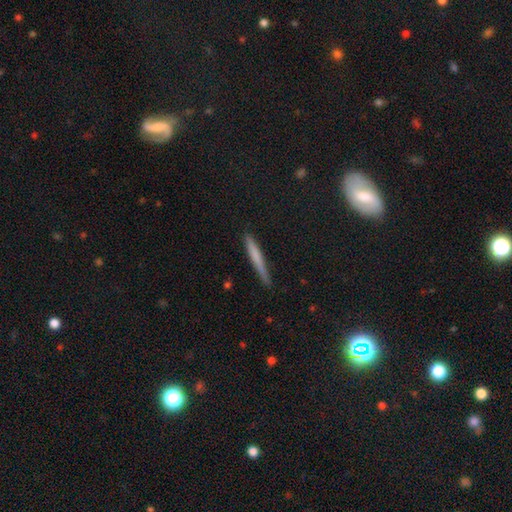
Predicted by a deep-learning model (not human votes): Overall: smooth (63%; featured or disk 29%). How rounded: cigar-shaped (95%). Merging: none (81%).